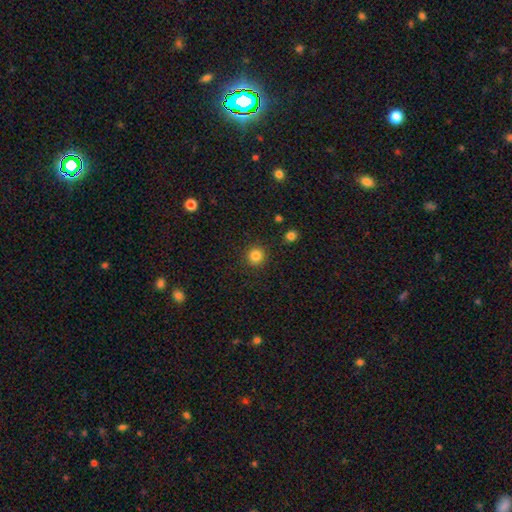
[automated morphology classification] Smooth or featured? smooth (83%)
How rounded? round (93%)
Merging? none (91%)